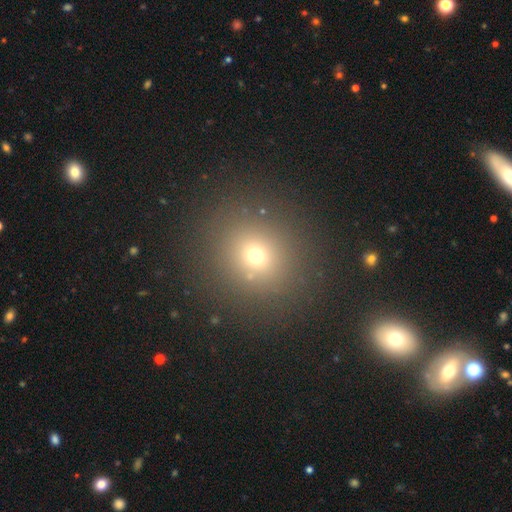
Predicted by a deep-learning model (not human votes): Smooth or featured? Predicted: smooth (p=0.67). How rounded? Predicted: round (p=0.86). Merging? Predicted: none (p=0.86).